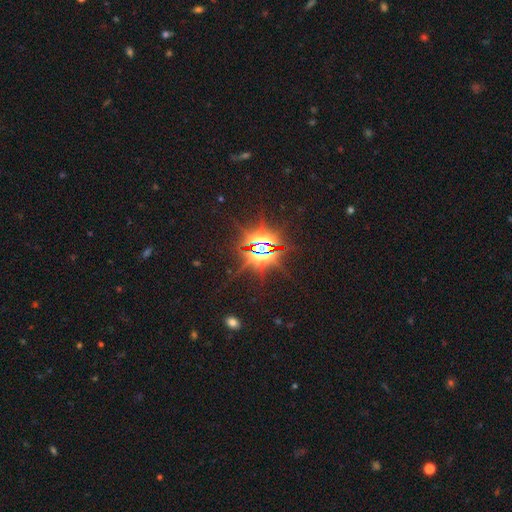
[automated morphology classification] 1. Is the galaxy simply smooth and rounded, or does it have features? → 85% star or artifact, 9% featured or disk, 6% smooth.